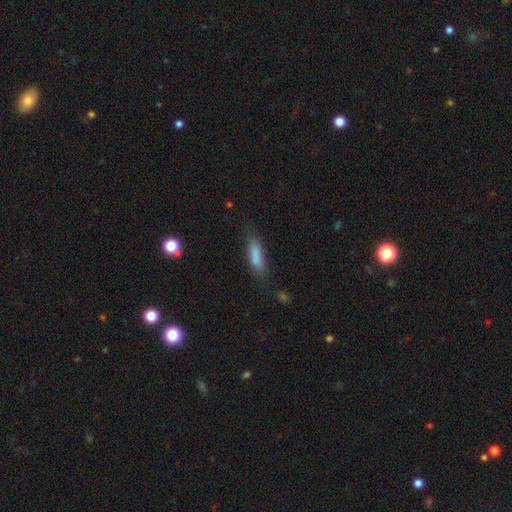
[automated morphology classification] This appears to be a smooth galaxy with no disk features (80%) that is cigar-shaped (56%). Merging: none (66%).